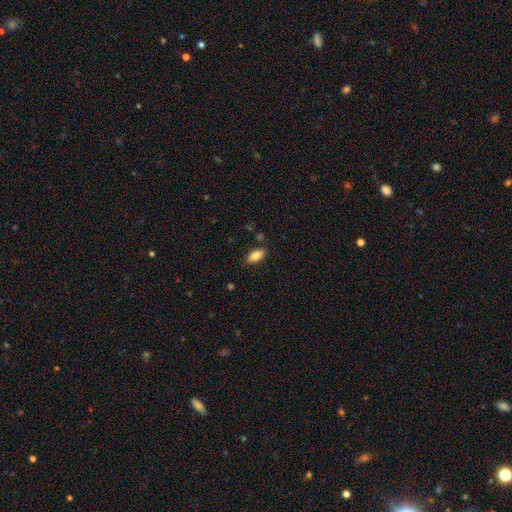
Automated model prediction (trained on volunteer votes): A smooth galaxy with no disk features (83%) that is in between round and cigar-shaped (90%). Merging: none (85%).